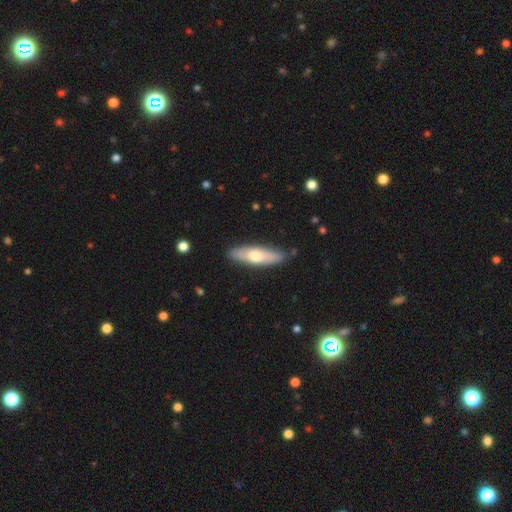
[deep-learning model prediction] smooth_or_featured: smooth (p=0.54) [alt: featured or disk p=0.41]
how_rounded: cigar-shaped (p=0.58) [alt: in between p=0.40]
merging: none (p=0.85) [alt: minor disturbance p=0.11]